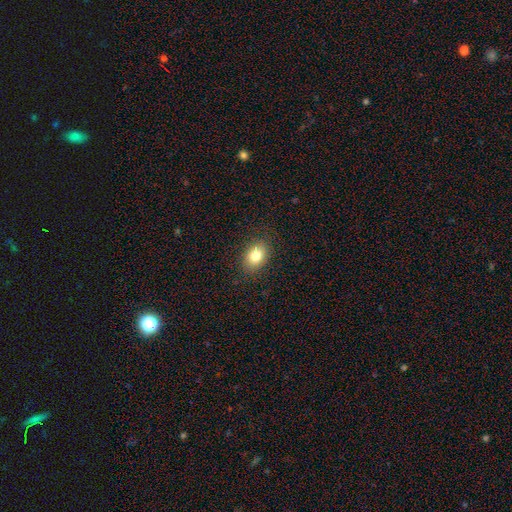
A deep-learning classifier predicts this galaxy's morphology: smooth_or_featured: smooth (p=0.80) [alt: star or artifact p=0.10]
how_rounded: in between (p=0.69) [alt: round p=0.30]
merging: none (p=0.88) [alt: minor disturbance p=0.09]